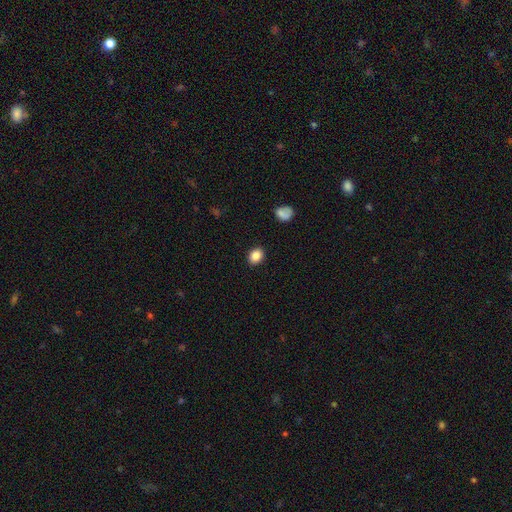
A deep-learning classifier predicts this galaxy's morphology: Smooth or featured?
  - smooth: 86% *
  - star or artifact: 9%
  - featured or disk: 5%
How rounded?
  - in between: 53% *
  - round: 46%
  - cigar-shaped: 1%
Merging?
  - none: 89% *
  - minor disturbance: 7%
  - major disturbance: 2%
  - merger: 1%